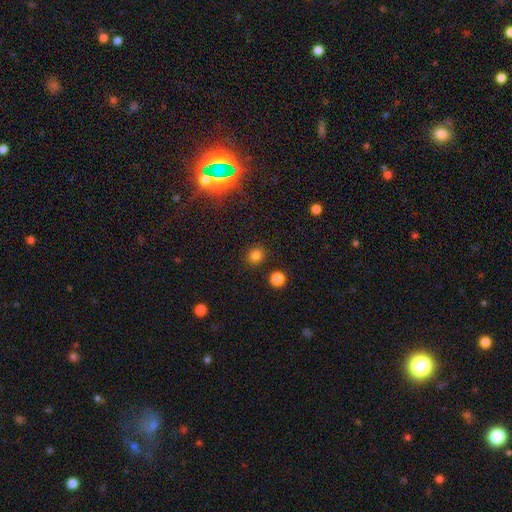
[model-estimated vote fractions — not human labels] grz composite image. It shows a smooth galaxy with no disk features (80%) that is round (82%). Merging: none (88%).